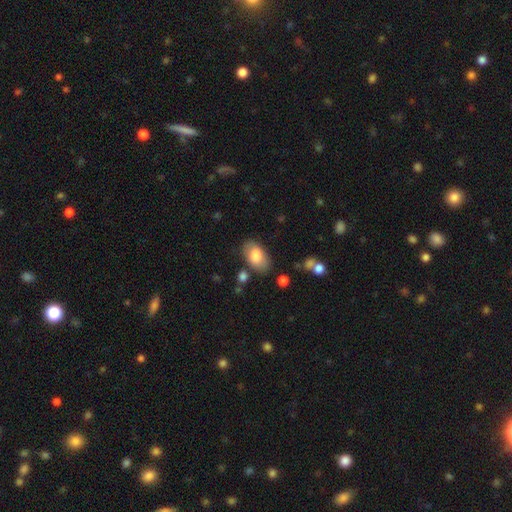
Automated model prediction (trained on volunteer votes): Q: Smooth or featured?
A: smooth (79%); runner-up: featured or disk (14%)
Q: How rounded?
A: in between (93%); runner-up: round (6%)
Q: Merging?
A: none (77%); runner-up: minor disturbance (15%)